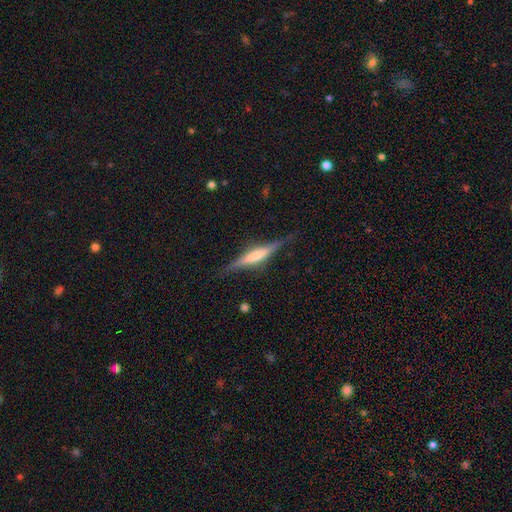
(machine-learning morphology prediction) Smooth or featured?
  - featured or disk: 60% *
  - smooth: 33%
  - star or artifact: 6%
Edge-on disk?
  - yes: 95% *
  - no: 5%
Edge-on bulge?
  - boxy: 35% *
  - rounded: 33%
  - none: 32%
Merging?
  - none: 80% *
  - minor disturbance: 15%
  - major disturbance: 4%
  - merger: 2%